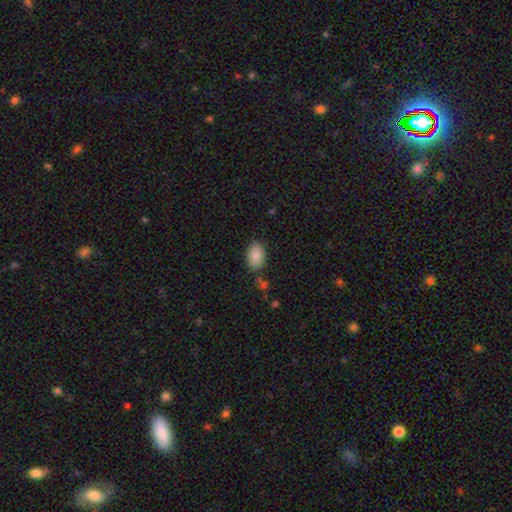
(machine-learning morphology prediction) This appears to be a smooth galaxy with no disk features (87%) that is in between round and cigar-shaped (88%). Merging: none (79%).